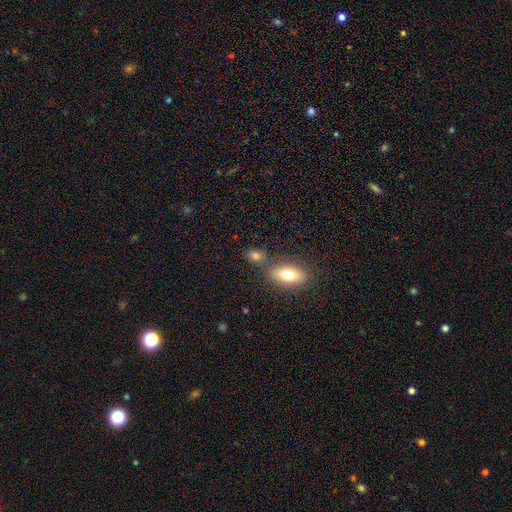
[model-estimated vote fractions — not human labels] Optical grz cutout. It shows a smooth galaxy with no disk features (75%) that is in between round and cigar-shaped (71%). Merging: none (66%).